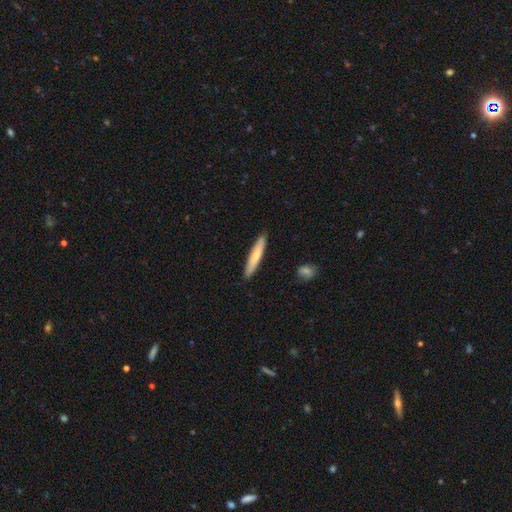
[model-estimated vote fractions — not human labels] Smooth or featured: smooth — 69% (featured or disk — 26%)
How rounded: cigar-shaped — 91% (in between — 8%)
Merging: none — 89% (minor disturbance — 8%)